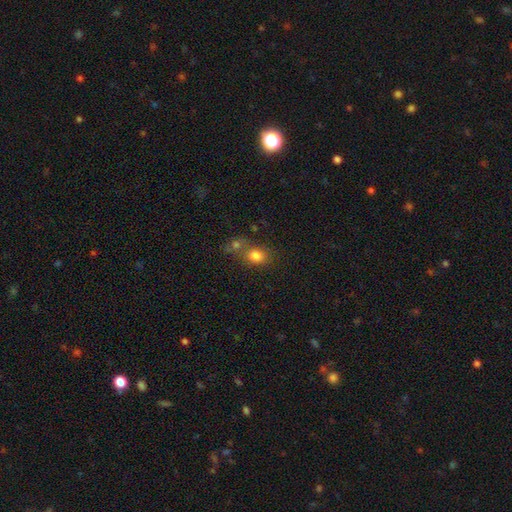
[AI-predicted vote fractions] This appears to be a smooth galaxy with no disk features (79%) that is round (51%). Merging: none (47%).